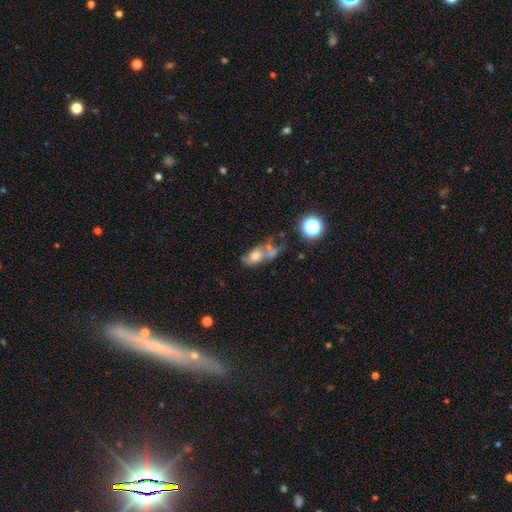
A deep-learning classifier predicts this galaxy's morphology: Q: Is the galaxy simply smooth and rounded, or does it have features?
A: smooth — 53%.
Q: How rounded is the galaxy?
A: in between — 72%.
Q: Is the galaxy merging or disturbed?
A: merger — 45%.